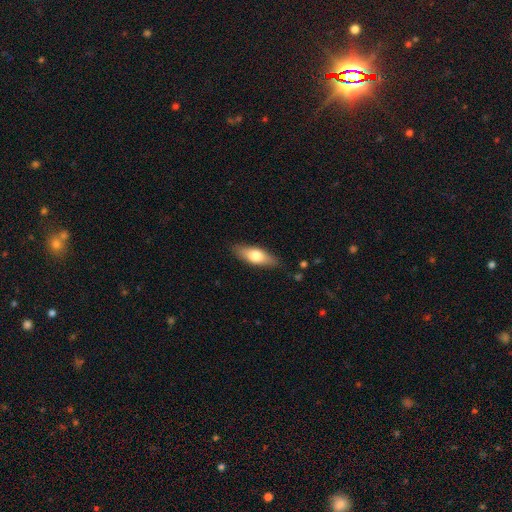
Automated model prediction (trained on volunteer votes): smooth 67%, featured or disk 27%, star or artifact 6%. Down the decision tree: how rounded — in between (65%); merging — none (85%).